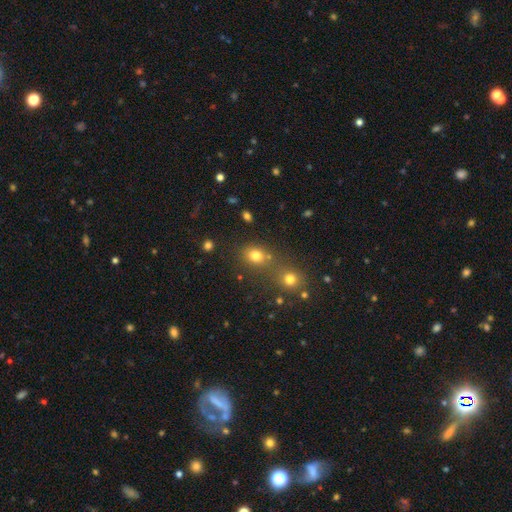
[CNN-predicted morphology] This appears to be a smooth galaxy with no disk features (77%) that is round (59%). Merging: none (57%).